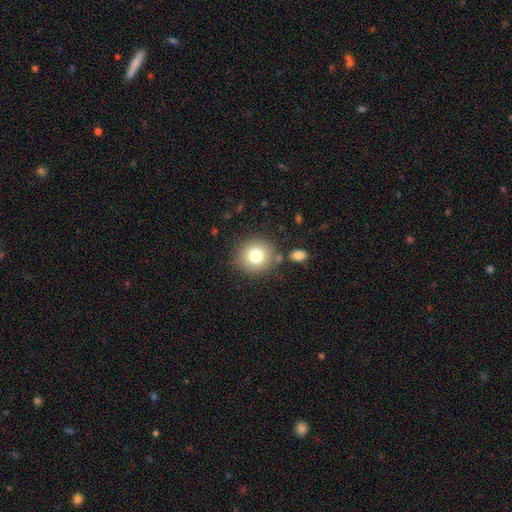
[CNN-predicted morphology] This is likely a smooth galaxy (78%). How rounded: clearly round (90%). Merging: clearly none (81%).